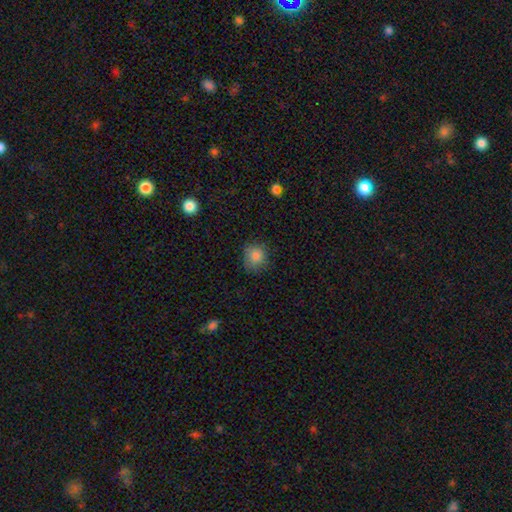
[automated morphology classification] type=smooth (84%); roundness=round (83%); merging=none (79%).